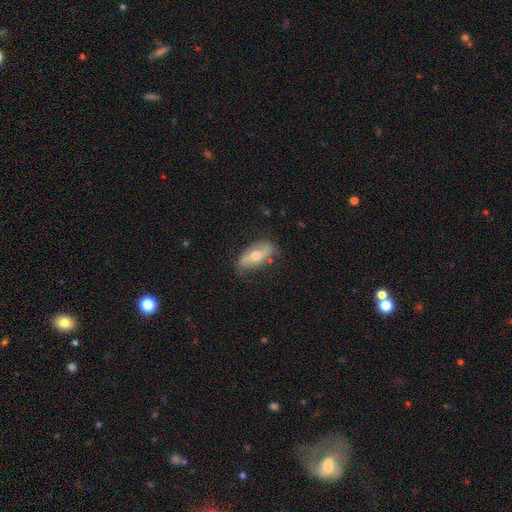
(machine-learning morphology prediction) Smooth or featured?
  - featured or disk: 49% *
  - smooth: 45%
  - star or artifact: 6%
Merging?
  - none: 75% *
  - minor disturbance: 19%
  - major disturbance: 4%
  - merger: 2%